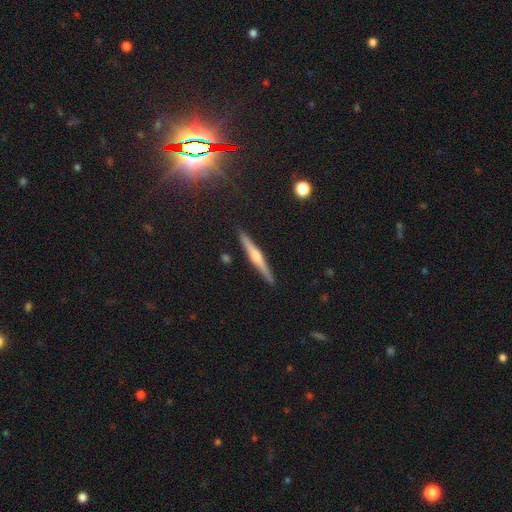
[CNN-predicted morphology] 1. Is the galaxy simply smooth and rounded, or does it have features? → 72% featured or disk, 19% smooth, 9% star or artifact.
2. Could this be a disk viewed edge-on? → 98% yes, 2% no.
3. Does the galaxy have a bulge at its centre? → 85% rounded, 8% none, 7% boxy.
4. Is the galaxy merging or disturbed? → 91% none, 6% minor disturbance, 1% merger, 1% major disturbance.